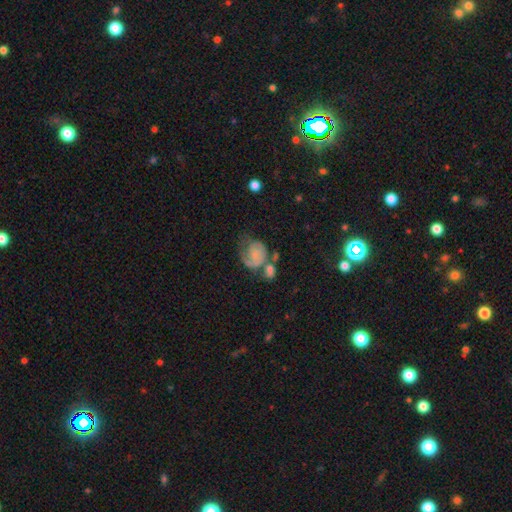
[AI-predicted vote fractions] Overall: featured or disk (56%; smooth 36%). Edge-on disk: no (98%). Bar: no (79%). Spiral arms: yes (83%). Bulge size: none (51%; small 26%). Merging: none (30%; major disturbance 28%).